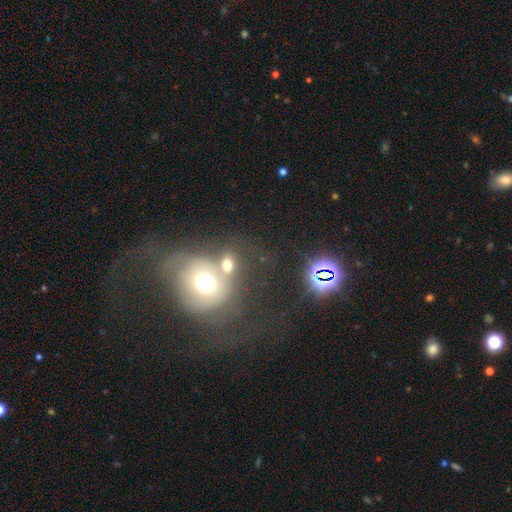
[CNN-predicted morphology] This appears to be a featured or disk galaxy (47%). Merging: major disturbance (33%).